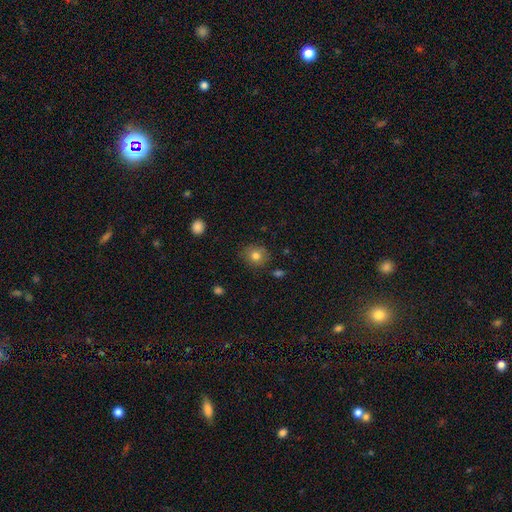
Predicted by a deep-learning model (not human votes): This is likely a smooth galaxy (79%). How rounded: clearly round (82%). Merging: clearly none (85%).